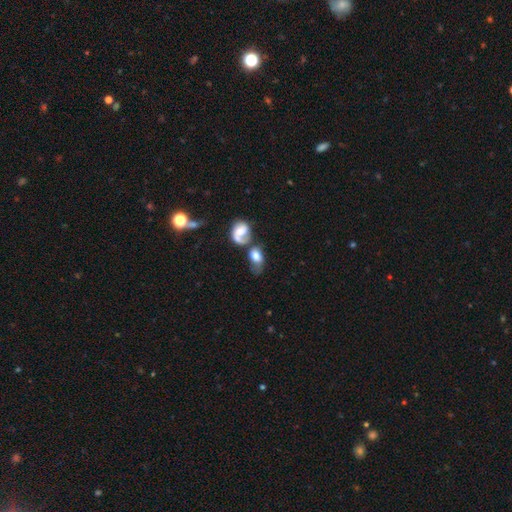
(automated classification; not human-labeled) A smooth galaxy with no disk features (61%) that is in between round and cigar-shaped (76%). Merging: merger (43%).